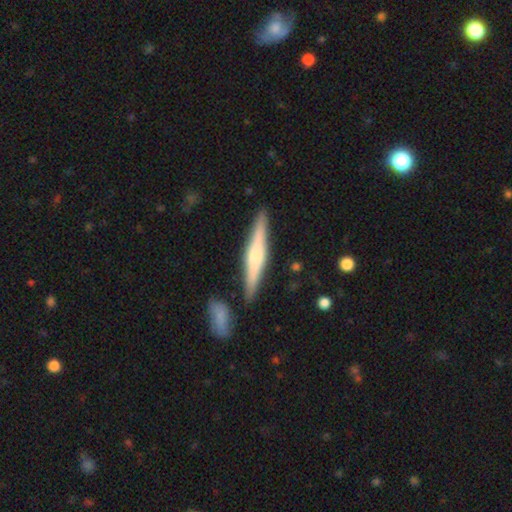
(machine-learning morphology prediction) The model was most divided on "smooth or featured": featured or disk: 56%, smooth: 39%, star or artifact: 6%. More confident: edge-on disk — yes (96%); merging — none (86%); edge-on bulge — rounded (73%).